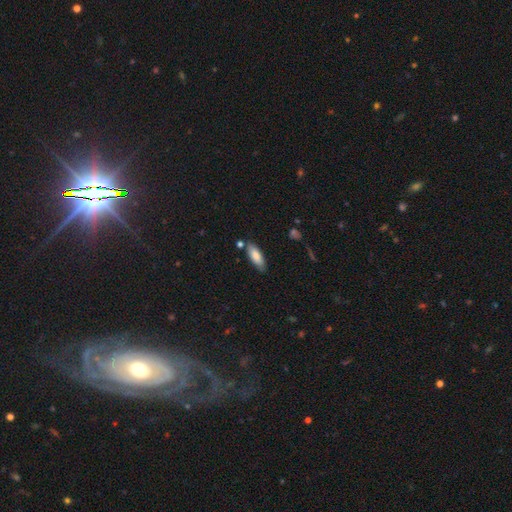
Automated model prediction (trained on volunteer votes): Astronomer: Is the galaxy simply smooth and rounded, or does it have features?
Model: smooth — 82%.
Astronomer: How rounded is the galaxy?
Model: in between — 67%.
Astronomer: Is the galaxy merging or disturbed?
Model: none — 80%.